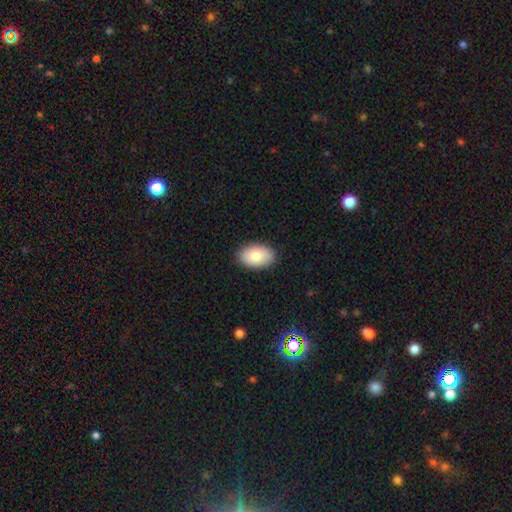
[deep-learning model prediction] Smooth or featured? Predicted: smooth (p=0.81). How rounded? Predicted: in between (p=0.92). Merging? Predicted: none (p=0.89).